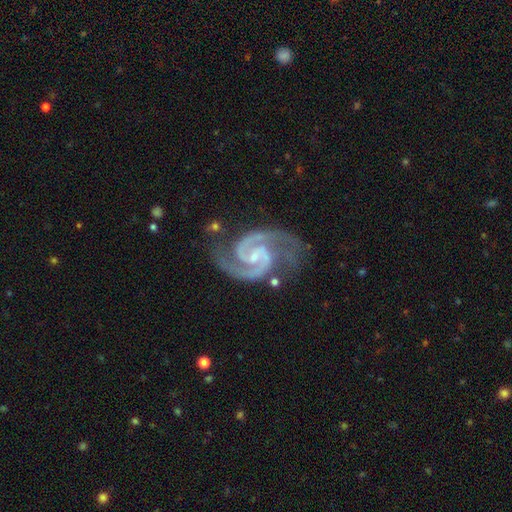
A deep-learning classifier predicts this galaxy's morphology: smooth_or_featured: featured or disk (p=0.95) [alt: star or artifact p=0.03]
disk_edge_on: no (p=0.99) [alt: yes p=0.01]
bar: weak (p=0.45) [alt: no p=0.40]
has_spiral_arms: yes (p=0.99) [alt: no p=0.01]
spiral_winding: medium (p=0.63) [alt: tight p=0.30]
spiral_arm_count: 2 (p=0.93) [alt: 3 p=0.02]
bulge_size: small (p=0.73) [alt: moderate p=0.18]
merging: none (p=0.65) [alt: minor disturbance p=0.22]